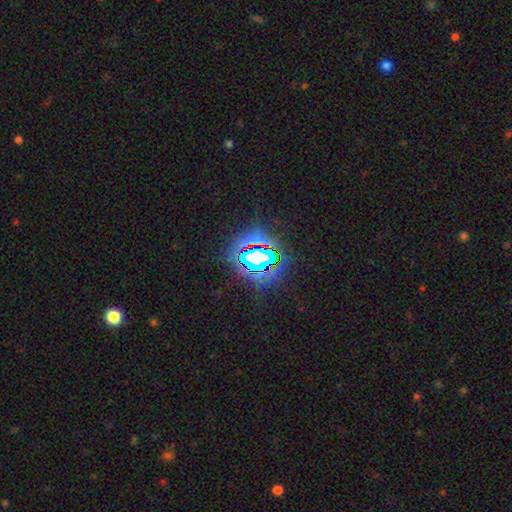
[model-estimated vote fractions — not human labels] Smooth or featured? Predicted: star or artifact (p=0.71).